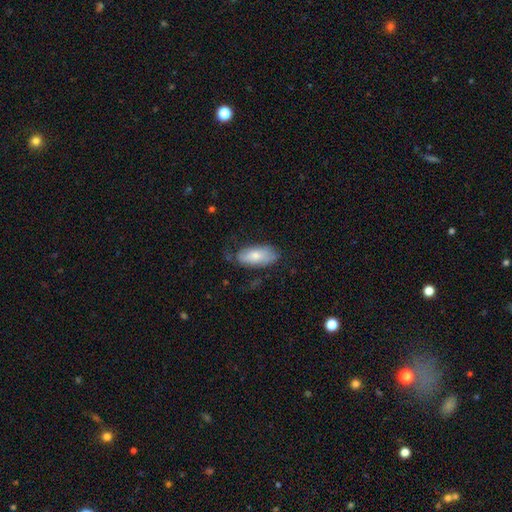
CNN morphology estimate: Q: Smooth or featured?
A: smooth (72%); runner-up: featured or disk (22%)
Q: How rounded?
A: in between (91%); runner-up: cigar-shaped (6%)
Q: Merging?
A: none (60%); runner-up: minor disturbance (27%)